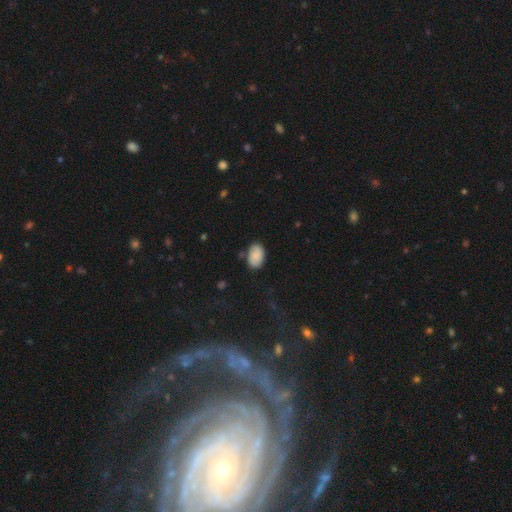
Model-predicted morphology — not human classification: Smooth or featured? smooth (78%)
How rounded? in between (88%)
Merging? none (75%)